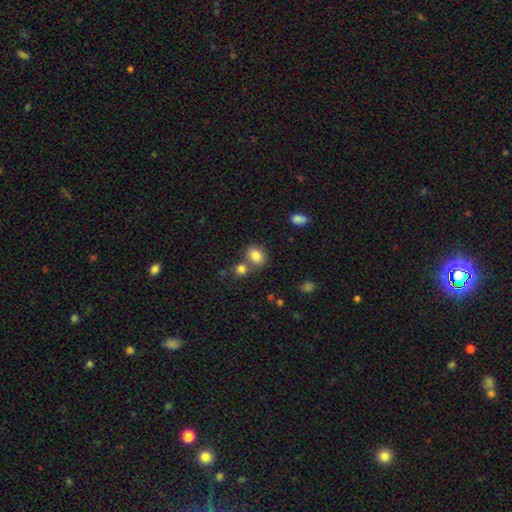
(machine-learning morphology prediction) A smooth galaxy with no disk features (83%) that is round (52%). Merging: none (60%).